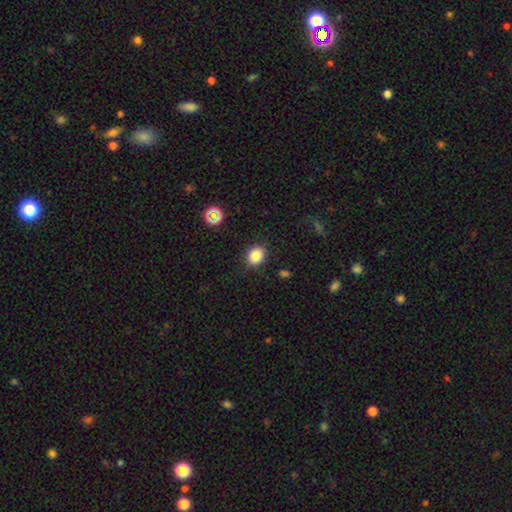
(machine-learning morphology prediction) type=smooth (84%); roundness=in between (51%); merging=none (85%).